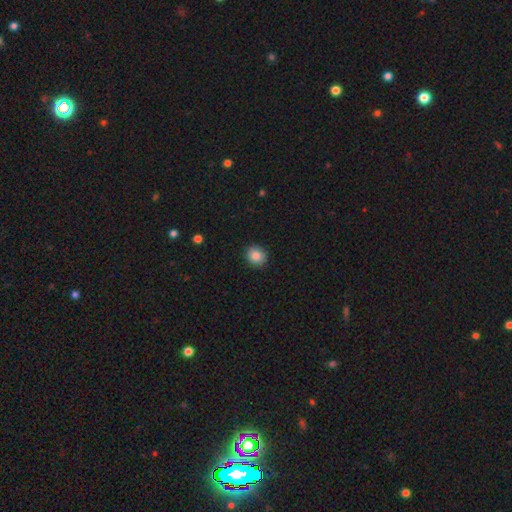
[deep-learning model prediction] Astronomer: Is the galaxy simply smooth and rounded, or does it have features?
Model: smooth — 86%.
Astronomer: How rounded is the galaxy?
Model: round — 72%.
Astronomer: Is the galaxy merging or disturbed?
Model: none — 90%.